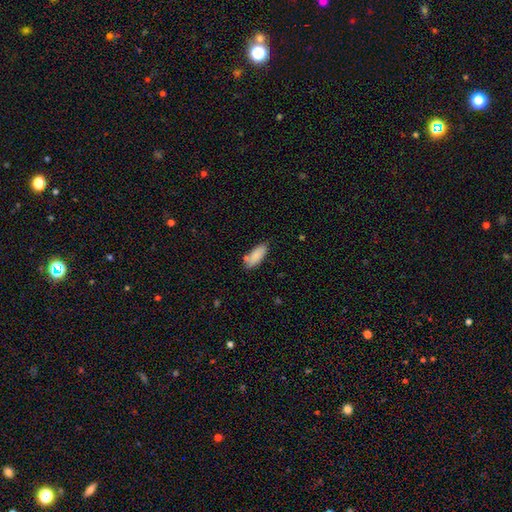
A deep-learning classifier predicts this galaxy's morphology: This appears to be a smooth galaxy with no disk features (86%) that is in between round and cigar-shaped (77%). Merging: none (71%).